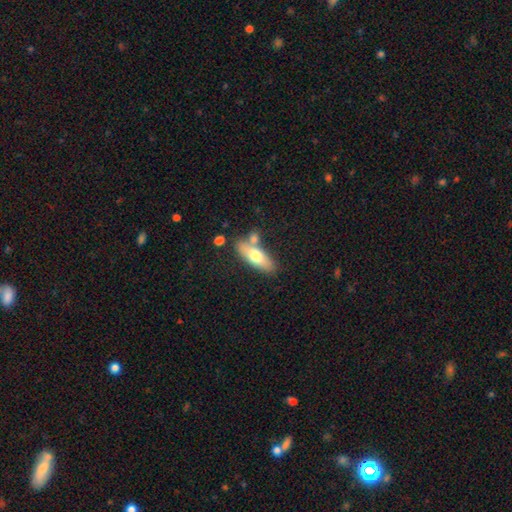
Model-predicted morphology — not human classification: The model was most divided on "how rounded": in between: 66%, cigar-shaped: 31%, round: 3%. More confident: merging — none (66%); smooth or featured — smooth (65%).